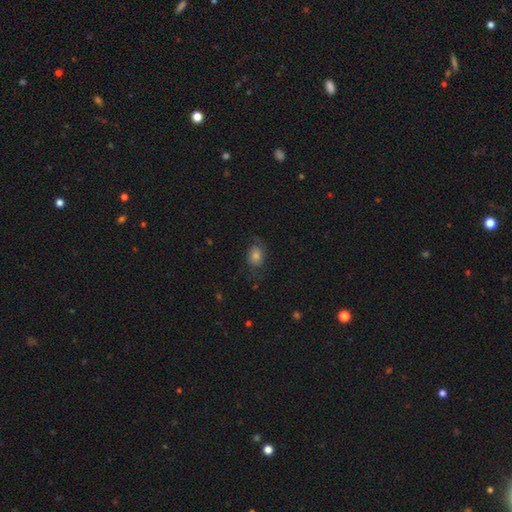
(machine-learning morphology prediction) Smooth or featured? smooth (56%)
How rounded? in between (62%)
Merging? none (64%)